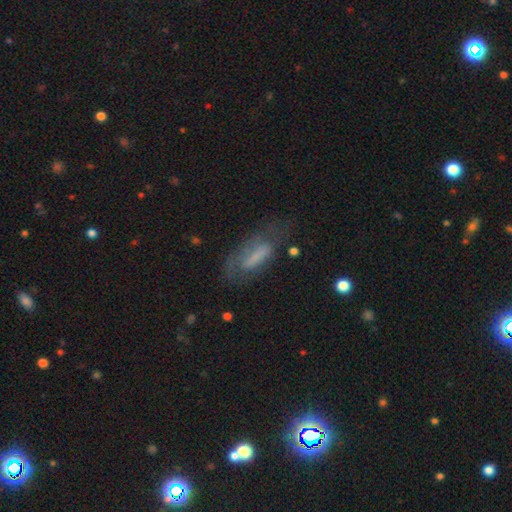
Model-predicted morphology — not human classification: Smooth or featured: smooth — 50% (featured or disk — 39%)
How rounded: in between — 57% (cigar-shaped — 41%)
Merging: none — 47% (minor disturbance — 27%)